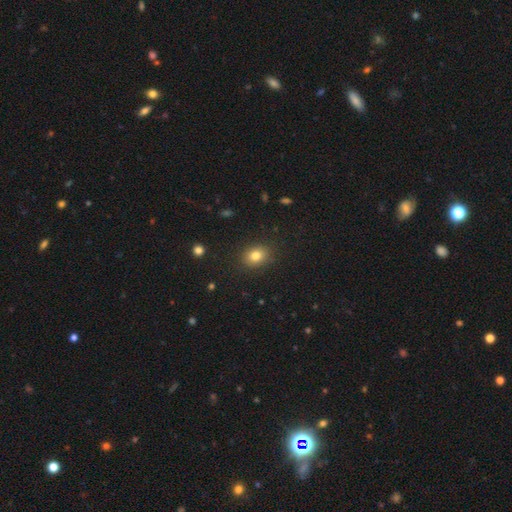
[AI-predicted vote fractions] Smooth or featured: smooth — 81% (star or artifact — 11%)
How rounded: in between — 52% (round — 47%)
Merging: none — 87% (minor disturbance — 9%)